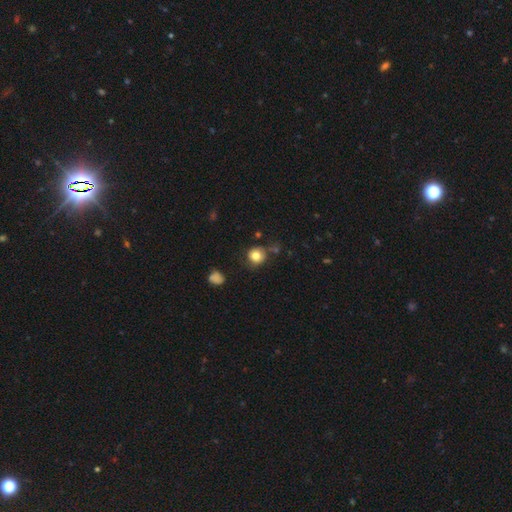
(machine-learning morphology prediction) This is clearly a smooth galaxy (82%). How rounded: clearly round (89%). Merging: likely none (76%).